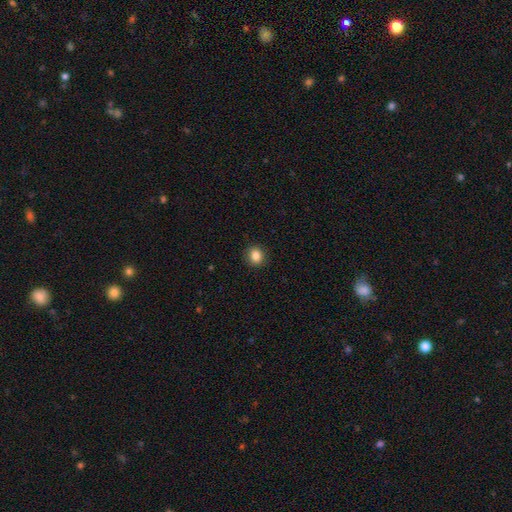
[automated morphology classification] Smooth or featured? Predicted: smooth (p=0.86). How rounded? Predicted: round (p=0.76). Merging? Predicted: none (p=0.90).